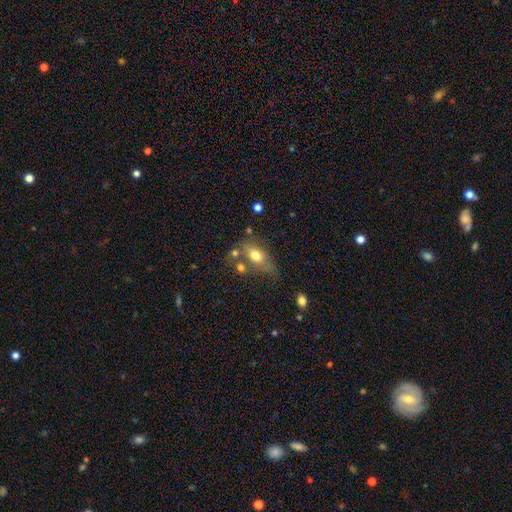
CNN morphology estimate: Smooth or featured? Predicted: smooth (p=0.69). How rounded? Predicted: in between (p=0.76). Merging? Predicted: none (p=0.52).